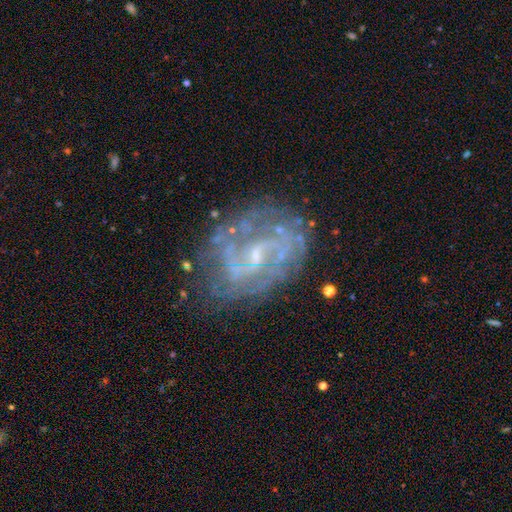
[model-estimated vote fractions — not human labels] Morphology: type=featured or disk (84%); edge-on=no (97%); bar=weak (49%); spiral arms=yes (88%); winding=tight (45%); arm count=2 (44%); bulge=small (72%); merging=none (70%).